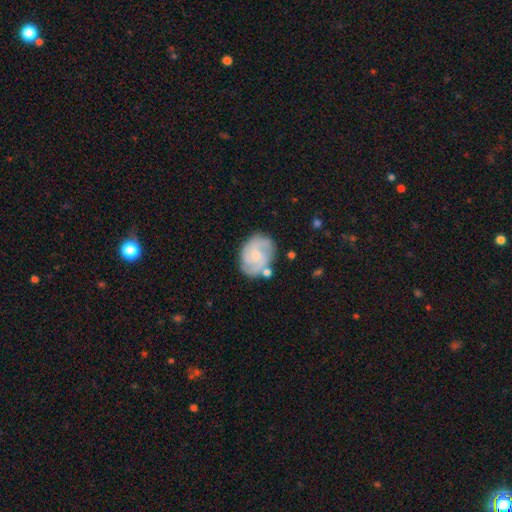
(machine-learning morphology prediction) Q: Smooth or featured?
A: featured or disk (70%); runner-up: smooth (24%)
Q: Edge-on disk?
A: no (98%); runner-up: yes (2%)
Q: Bar?
A: no (62%); runner-up: weak (34%)
Q: Spiral arms?
A: yes (92%); runner-up: no (8%)
Q: Spiral winding?
A: medium (45%); runner-up: tight (41%)
Q: Spiral arm count?
A: 3 (34%); runner-up: 2 (32%)
Q: Bulge size?
A: small (62%); runner-up: moderate (27%)
Q: Merging?
A: none (69%); runner-up: minor disturbance (19%)